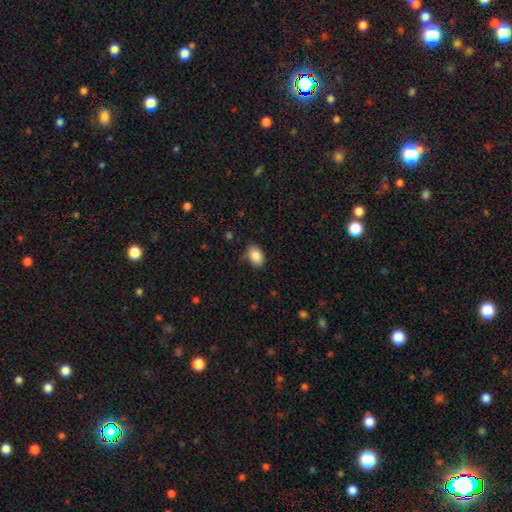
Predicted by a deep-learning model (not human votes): Smooth or featured?
  - smooth: 86% *
  - star or artifact: 8%
  - featured or disk: 6%
How rounded?
  - in between: 85% *
  - round: 14%
  - cigar-shaped: 1%
Merging?
  - none: 75% *
  - minor disturbance: 20%
  - major disturbance: 4%
  - merger: 1%